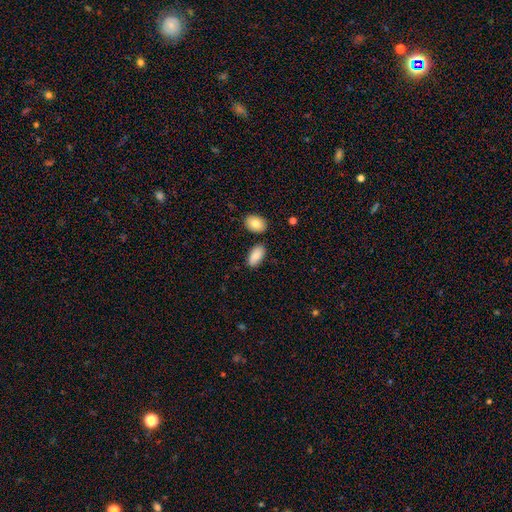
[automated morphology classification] This is clearly a smooth galaxy (86%). How rounded: clearly in between (94%). Merging: likely none (80%).